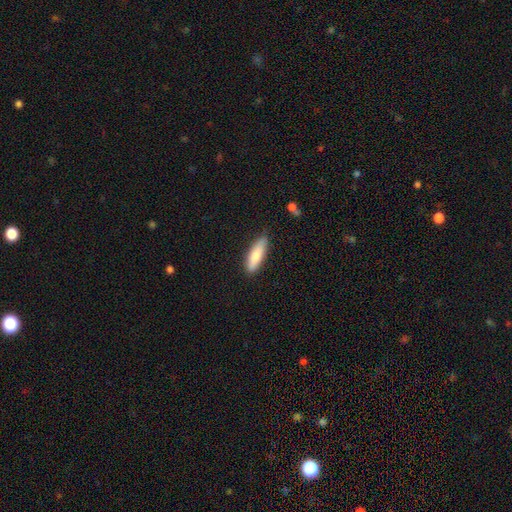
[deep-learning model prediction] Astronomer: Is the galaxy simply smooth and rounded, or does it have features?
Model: smooth — 80%.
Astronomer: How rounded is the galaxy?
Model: in between — 49%, tied with cigar-shaped at 49%.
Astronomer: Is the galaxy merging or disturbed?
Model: none — 84%.